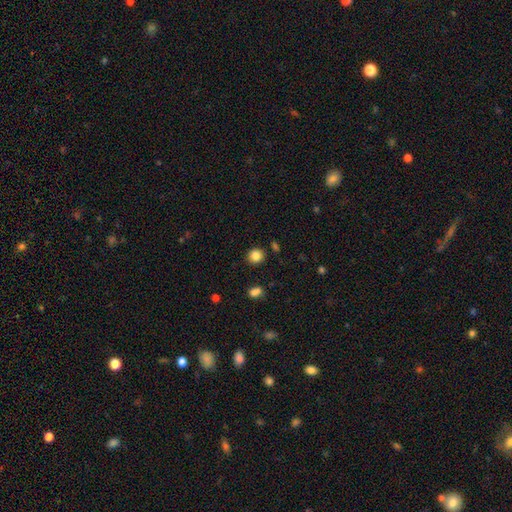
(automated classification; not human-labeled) Smooth or featured: smooth — 84% (star or artifact — 11%)
How rounded: round — 88% (in between — 11%)
Merging: none — 88% (minor disturbance — 7%)